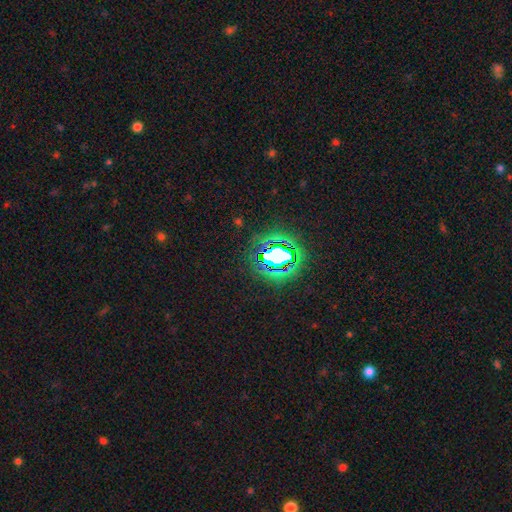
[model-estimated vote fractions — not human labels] Overall: star or artifact (83%).